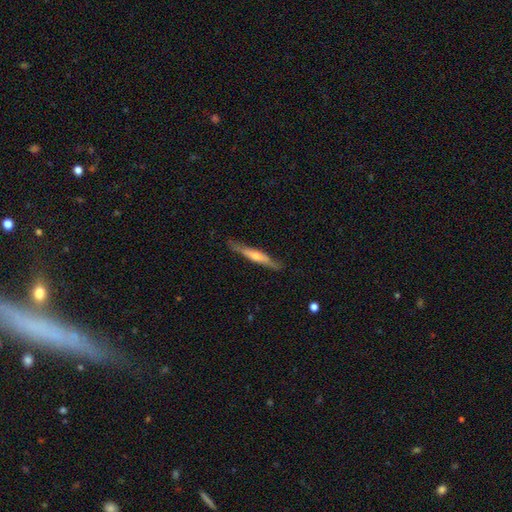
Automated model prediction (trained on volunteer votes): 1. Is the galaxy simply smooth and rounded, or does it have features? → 59% featured or disk, 35% smooth, 5% star or artifact.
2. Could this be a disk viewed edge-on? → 94% yes, 6% no.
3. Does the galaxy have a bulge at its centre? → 64% rounded, 20% none, 16% boxy.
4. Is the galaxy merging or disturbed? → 84% none, 12% minor disturbance, 2% major disturbance, 1% merger.